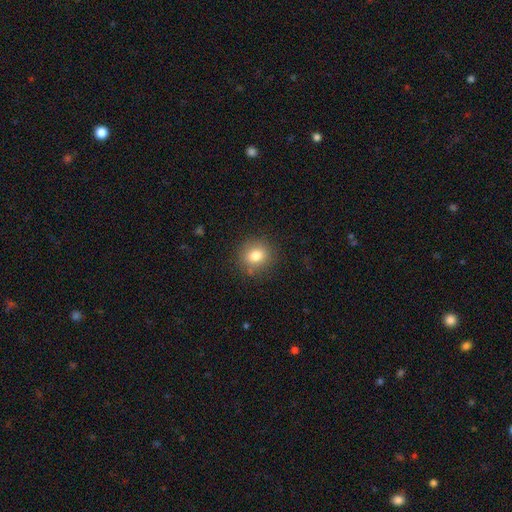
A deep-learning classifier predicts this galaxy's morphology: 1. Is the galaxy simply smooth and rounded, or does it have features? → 81% smooth, 11% star or artifact, 8% featured or disk.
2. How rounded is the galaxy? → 77% round, 22% in between, 1% cigar-shaped.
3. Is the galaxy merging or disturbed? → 86% none, 10% minor disturbance, 3% major disturbance, 1% merger.